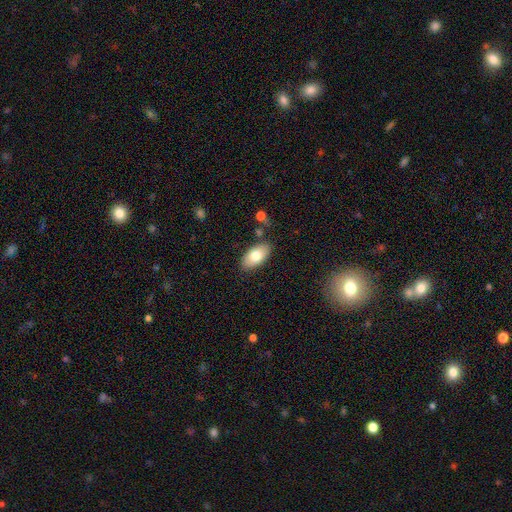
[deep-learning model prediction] Smooth or featured? Predicted: smooth (p=0.77). How rounded? Predicted: in between (p=0.94). Merging? Predicted: none (p=0.83).